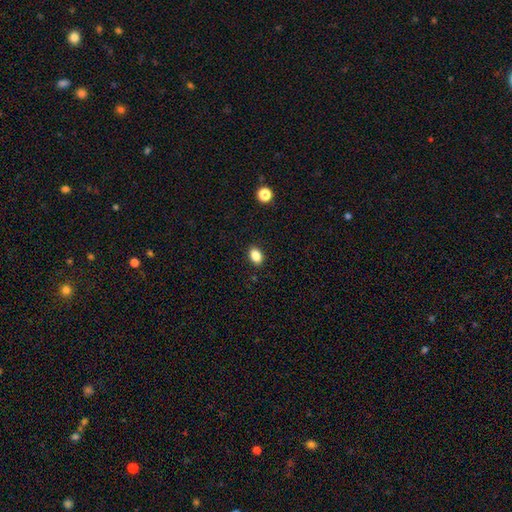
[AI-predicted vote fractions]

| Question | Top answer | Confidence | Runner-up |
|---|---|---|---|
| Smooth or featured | smooth | 86% | star or artifact (10%) |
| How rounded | in between | 79% | round (20%) |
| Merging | none | 89% | minor disturbance (8%) |